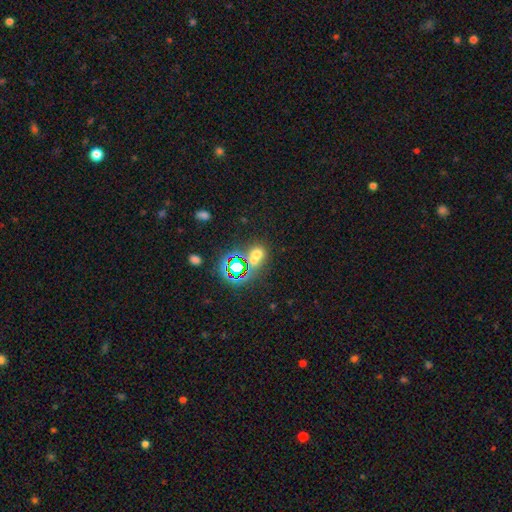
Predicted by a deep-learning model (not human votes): Smooth or featured?
  - smooth: 49% *
  - star or artifact: 39%
  - featured or disk: 12%
Merging?
  - none: 47% *
  - merger: 39%
  - minor disturbance: 9%
  - major disturbance: 6%